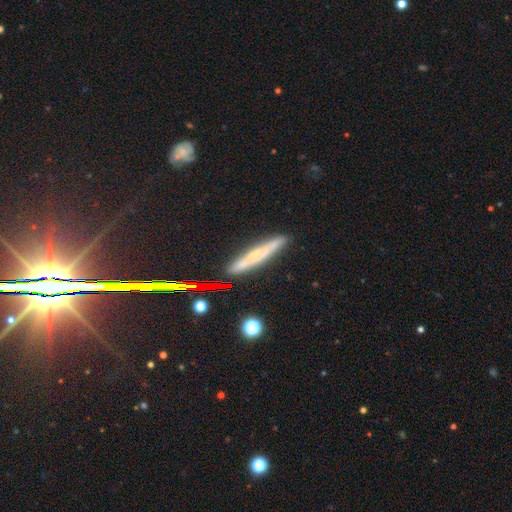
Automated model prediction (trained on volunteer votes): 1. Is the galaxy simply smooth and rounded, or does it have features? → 44% featured or disk, 41% smooth, 15% star or artifact.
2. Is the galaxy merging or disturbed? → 84% none, 11% minor disturbance, 2% major disturbance, 2% merger.